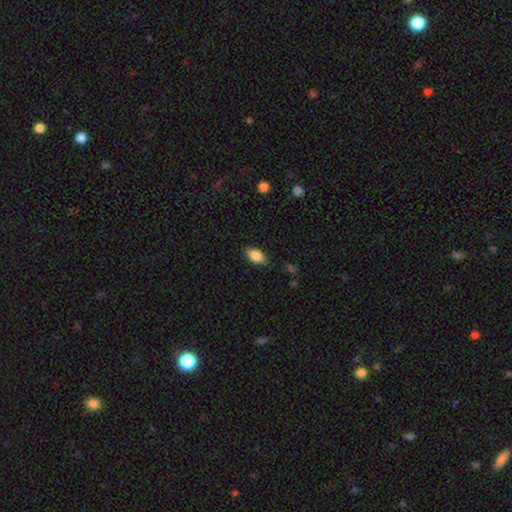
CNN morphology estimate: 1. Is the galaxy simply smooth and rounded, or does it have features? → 84% smooth, 8% featured or disk, 8% star or artifact.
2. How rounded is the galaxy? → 89% in between, 8% round, 3% cigar-shaped.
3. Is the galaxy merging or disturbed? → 82% none, 14% minor disturbance, 3% major disturbance, 1% merger.